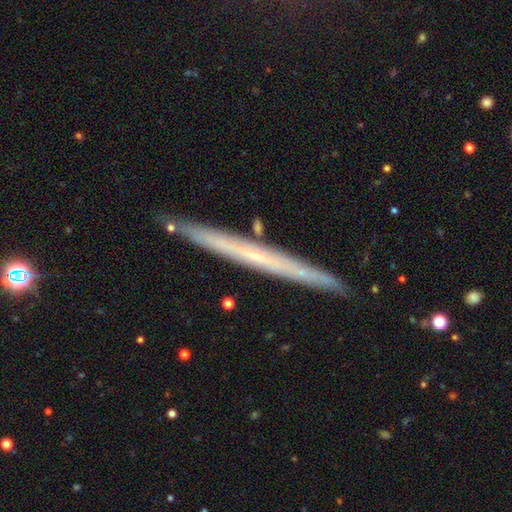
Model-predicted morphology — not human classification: type=featured or disk (63%); edge-on=yes (96%); edge-on bulge=none (81%); merging=none (89%).